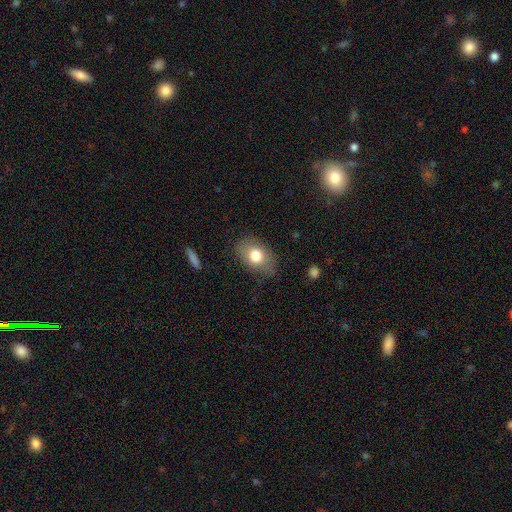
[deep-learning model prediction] Smooth or featured: smooth — 77% (featured or disk — 15%)
How rounded: in between — 78% (round — 20%)
Merging: none — 79% (minor disturbance — 16%)